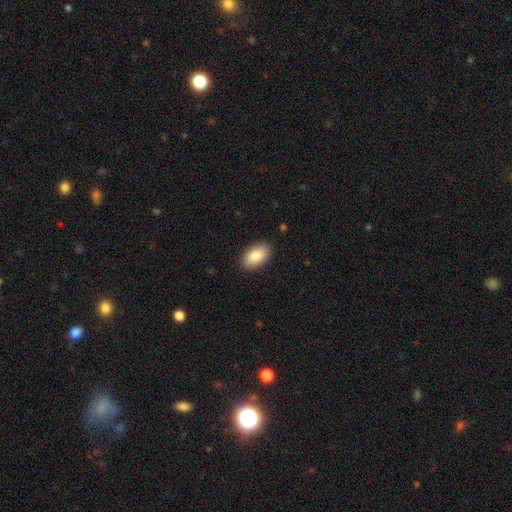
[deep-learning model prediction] This appears to be a smooth galaxy with no disk features (85%) that is in between round and cigar-shaped (93%). Merging: none (89%).